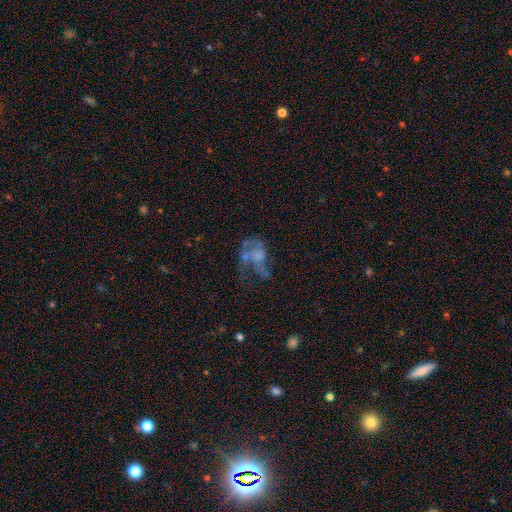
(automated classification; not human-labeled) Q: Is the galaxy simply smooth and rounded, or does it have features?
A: featured or disk — 61%.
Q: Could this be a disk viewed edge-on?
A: no — 98%.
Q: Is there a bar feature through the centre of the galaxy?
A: no — 81%.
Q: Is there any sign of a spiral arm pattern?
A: no — 62%.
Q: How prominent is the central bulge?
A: none — 55%.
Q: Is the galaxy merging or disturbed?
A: major disturbance — 45%.